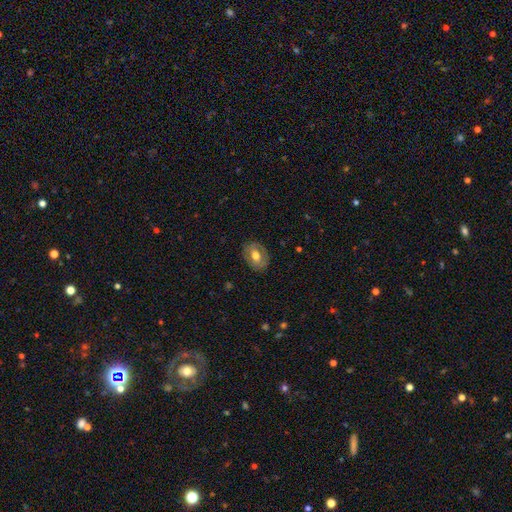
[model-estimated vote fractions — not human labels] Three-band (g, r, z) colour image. It shows a smooth galaxy with no disk features (54%) that is in between round and cigar-shaped (68%). Merging: none (81%).